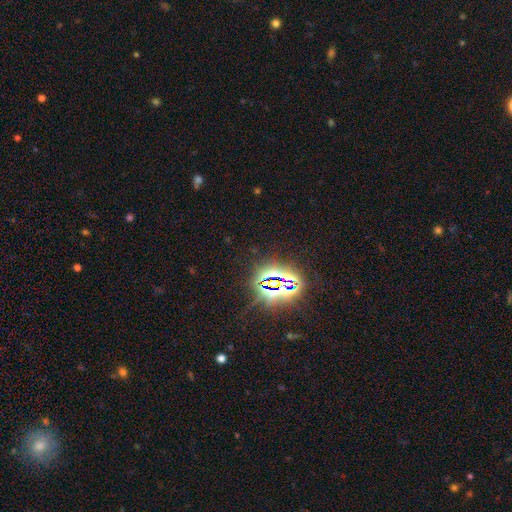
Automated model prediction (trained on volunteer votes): This is clearly a star or artifact rather than a galaxy (83%).